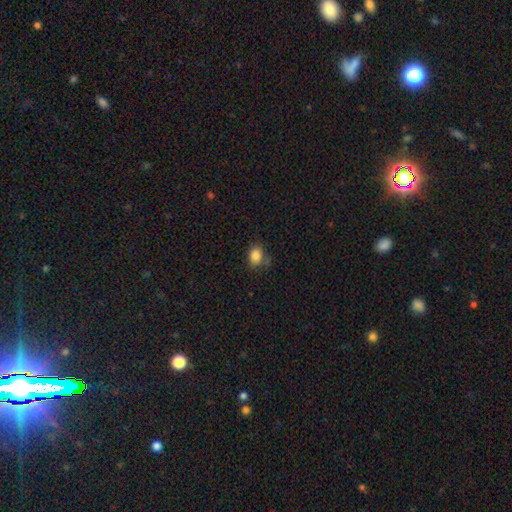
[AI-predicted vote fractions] Morphology: type=smooth (85%); roundness=in between (64%); merging=none (70%).